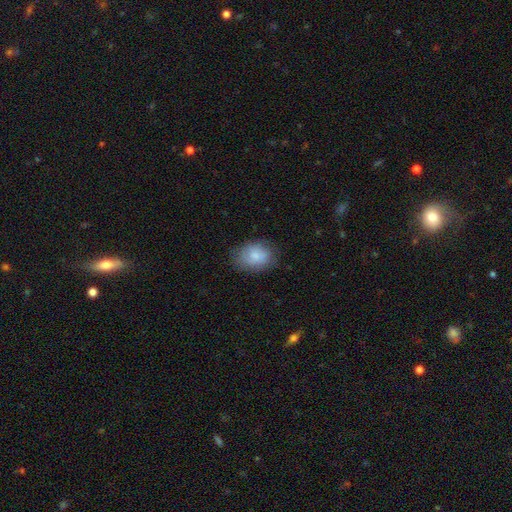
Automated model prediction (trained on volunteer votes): smooth_or_featured: smooth (p=0.81) [alt: featured or disk p=0.12]
how_rounded: in between (p=0.74) [alt: round p=0.25]
merging: none (p=0.76) [alt: minor disturbance p=0.18]